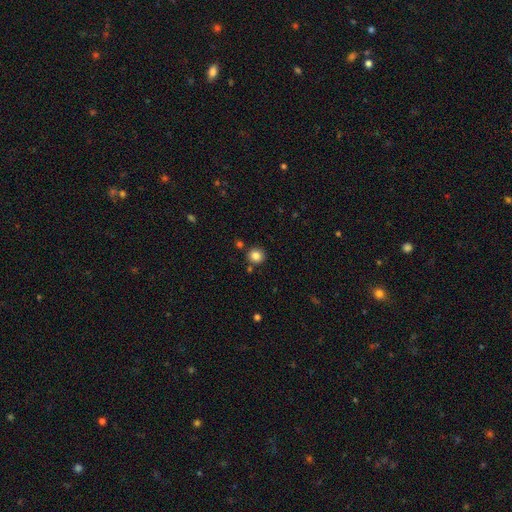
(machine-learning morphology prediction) This is clearly a smooth galaxy (84%). How rounded: clearly round (92%). Merging: clearly none (85%).